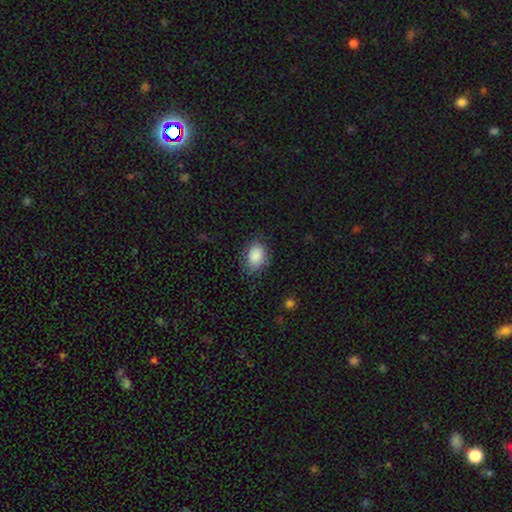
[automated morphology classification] Overall: smooth (86%). How rounded: in between (78%). Merging: none (71%).